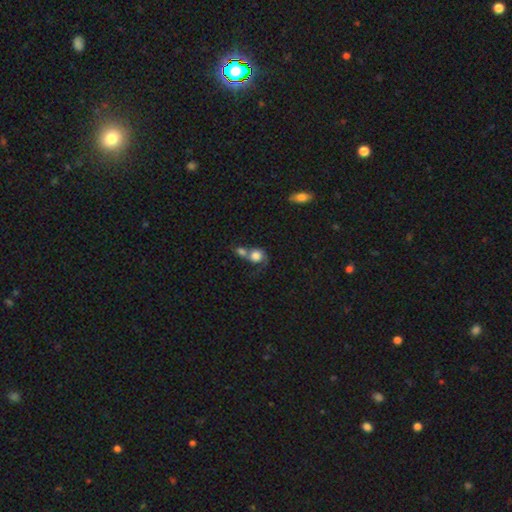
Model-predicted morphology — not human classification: smooth 68%, featured or disk 23%, star or artifact 9%. Down the decision tree: how rounded — round (72%); merging — merger (66%).